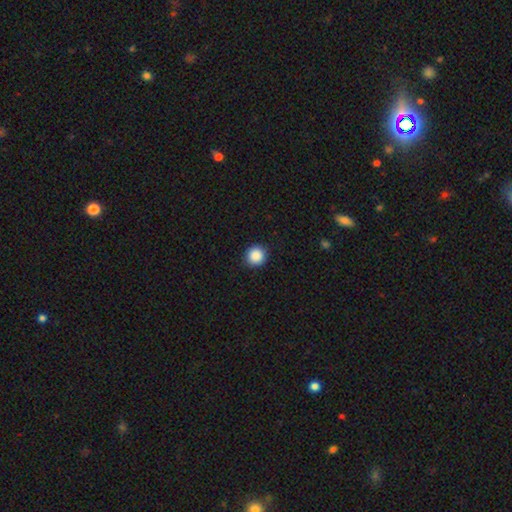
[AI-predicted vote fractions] Smooth or featured?
  - smooth: 89% *
  - star or artifact: 9%
  - featured or disk: 2%
How rounded?
  - round: 95% *
  - in between: 5%
  - cigar-shaped: 1%
Merging?
  - none: 92% *
  - minor disturbance: 5%
  - major disturbance: 2%
  - merger: 1%